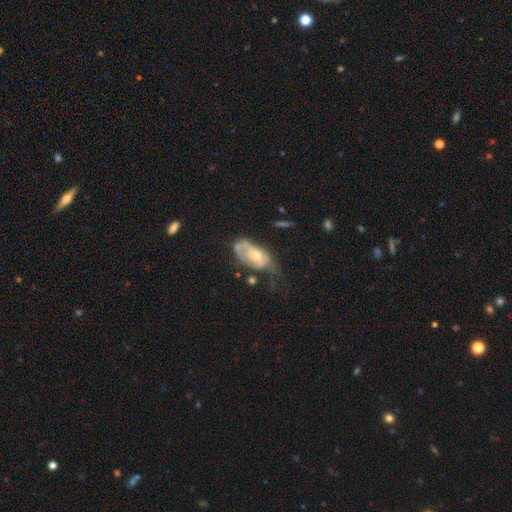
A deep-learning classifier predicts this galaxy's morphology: Smooth or featured?
  - featured or disk: 53% *
  - smooth: 40%
  - star or artifact: 7%
Edge-on disk?
  - no: 92% *
  - yes: 8%
Merging?
  - major disturbance: 35% *
  - minor disturbance: 31%
  - none: 25%
  - merger: 9%